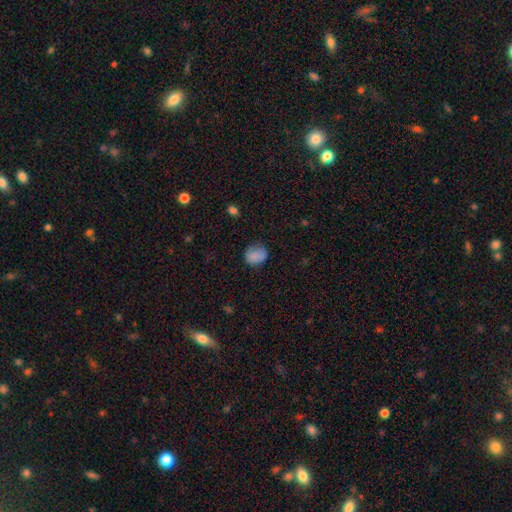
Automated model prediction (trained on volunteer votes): Smooth or featured: smooth — 83% (star or artifact — 9%)
How rounded: round — 66% (in between — 33%)
Merging: none — 66% (minor disturbance — 26%)